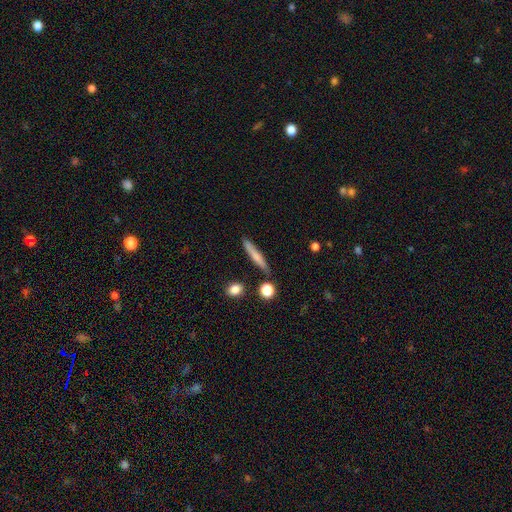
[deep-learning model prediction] Smooth or featured: smooth — 66% (featured or disk — 27%)
How rounded: cigar-shaped — 90% (in between — 7%)
Merging: none — 83% (minor disturbance — 11%)